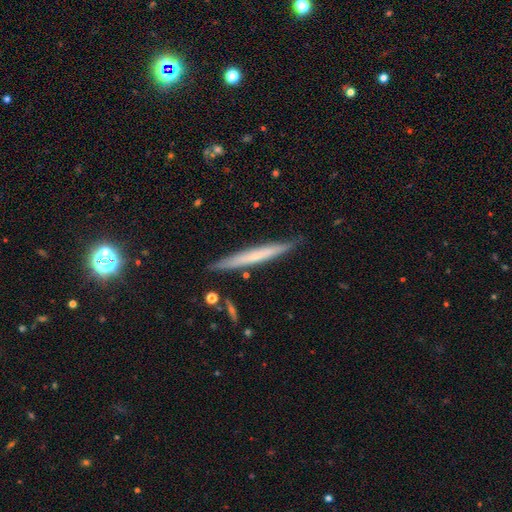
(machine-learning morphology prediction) Q: Smooth or featured?
A: featured or disk (50%); runner-up: smooth (44%)
Q: Edge-on disk?
A: yes (95%); runner-up: no (5%)
Q: Merging?
A: none (87%); runner-up: minor disturbance (9%)